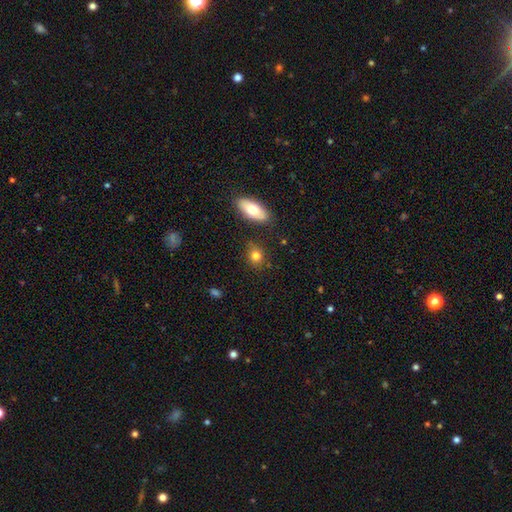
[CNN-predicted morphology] smooth_or_featured: smooth (p=0.80) [alt: star or artifact p=0.10]
how_rounded: round (p=0.60) [alt: in between p=0.37]
merging: none (p=0.77) [alt: minor disturbance p=0.14]